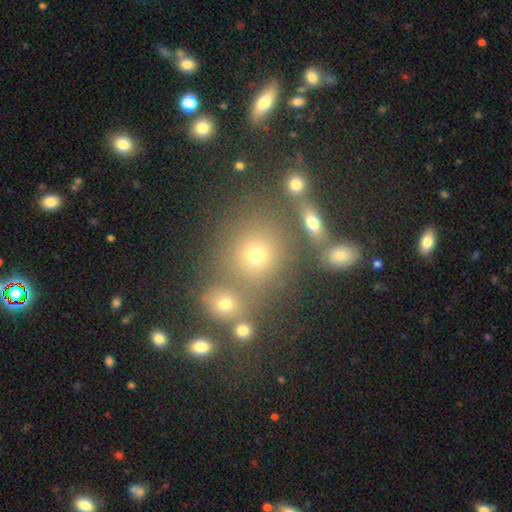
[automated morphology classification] This is possibly a star or artifact rather than a galaxy (45%).